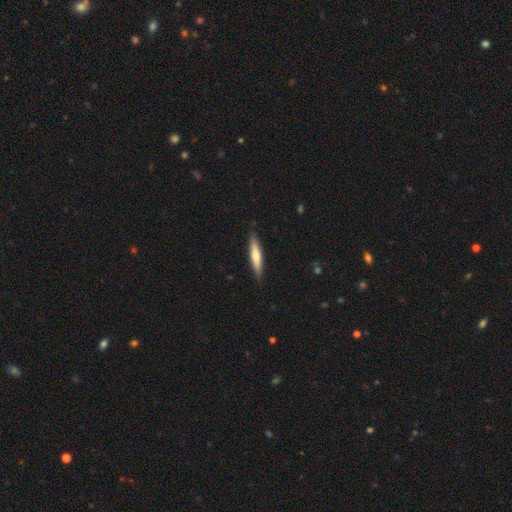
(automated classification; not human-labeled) smooth-or-featured: smooth: 64% | featured or disk: 31% | star or artifact: 5%
  how-rounded: cigar-shaped: 86% | in between: 12% | round: 1%
  merging: none: 88% | minor disturbance: 9% | major disturbance: 2% | merger: 1%